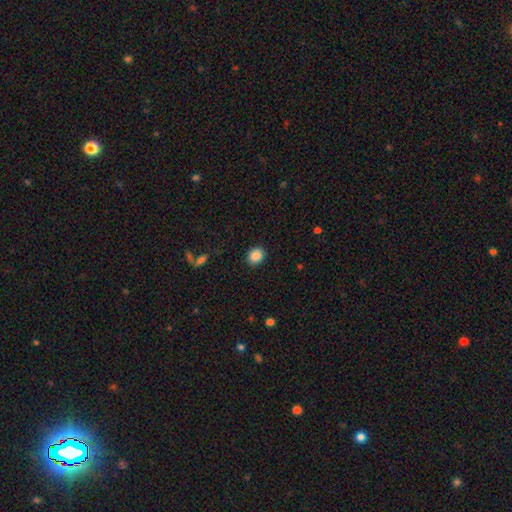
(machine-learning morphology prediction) Smooth or featured?
  - smooth: 88% *
  - star or artifact: 9%
  - featured or disk: 3%
How rounded?
  - round: 55% *
  - in between: 44%
  - cigar-shaped: 1%
Merging?
  - none: 87% *
  - minor disturbance: 9%
  - major disturbance: 3%
  - merger: 1%